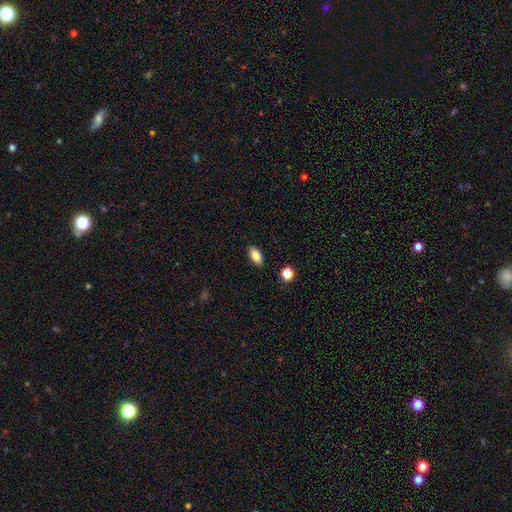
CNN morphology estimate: This appears to be a smooth galaxy with no disk features (83%) that is in between round and cigar-shaped (91%). Merging: none (88%).